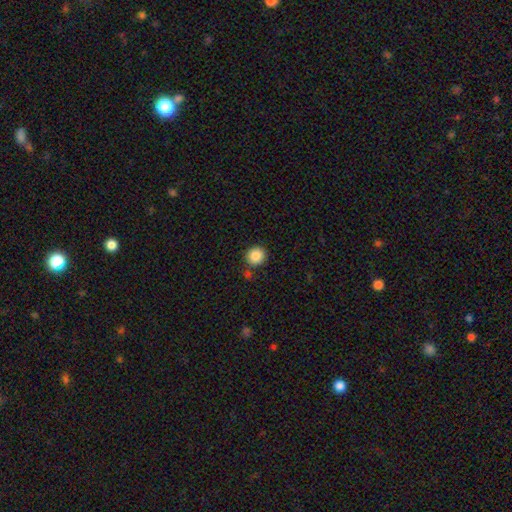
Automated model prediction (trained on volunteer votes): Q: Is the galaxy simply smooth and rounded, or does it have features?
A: smooth — 87%.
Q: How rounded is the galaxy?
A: round — 90%.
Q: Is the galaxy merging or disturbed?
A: none — 83%.